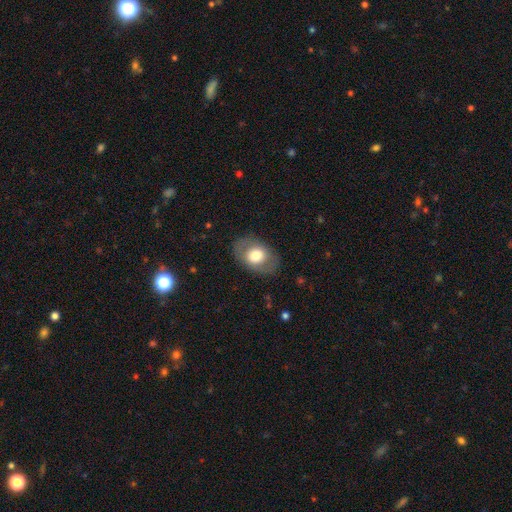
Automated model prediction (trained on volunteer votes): smooth-or-featured: smooth: 66% | featured or disk: 27% | star or artifact: 7%
  how-rounded: in between: 76% | round: 23% | cigar-shaped: 1%
  merging: none: 82% | minor disturbance: 12% | major disturbance: 5% | merger: 1%